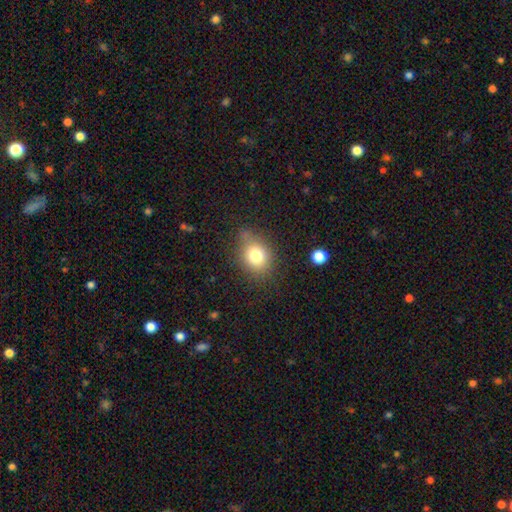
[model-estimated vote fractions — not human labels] Smooth or featured? Predicted: smooth (p=0.78). How rounded? Predicted: round (p=0.52). Merging? Predicted: none (p=0.69).